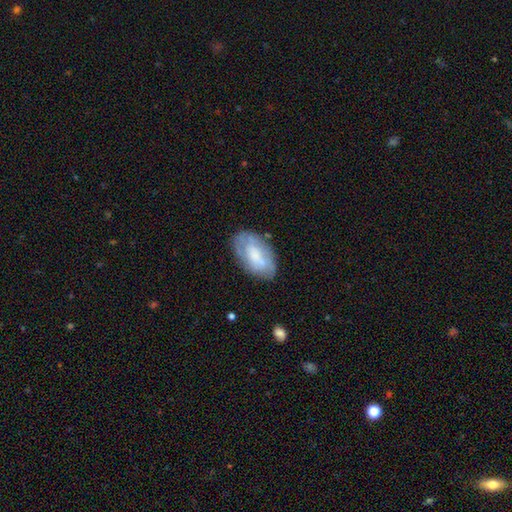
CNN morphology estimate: Q: Smooth or featured?
A: smooth (54%); runner-up: featured or disk (39%)
Q: How rounded?
A: in between (94%); runner-up: round (4%)
Q: Merging?
A: none (65%); runner-up: minor disturbance (23%)